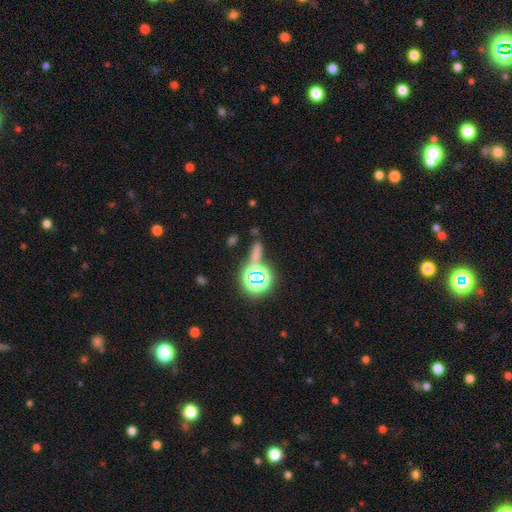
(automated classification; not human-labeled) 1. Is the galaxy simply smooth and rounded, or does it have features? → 46% star or artifact, 43% smooth, 10% featured or disk.